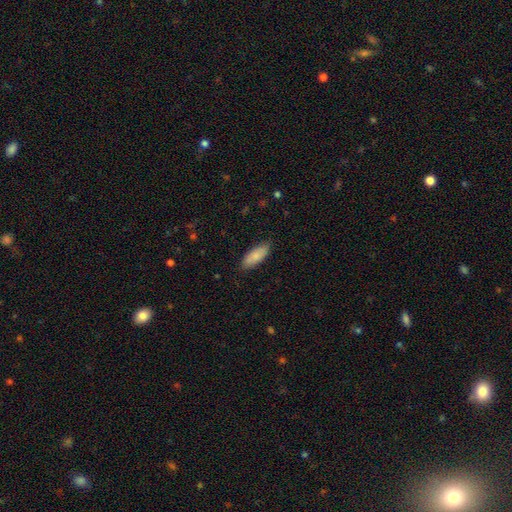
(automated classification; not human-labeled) Smooth or featured? smooth (84%)
How rounded? in between (76%)
Merging? none (85%)